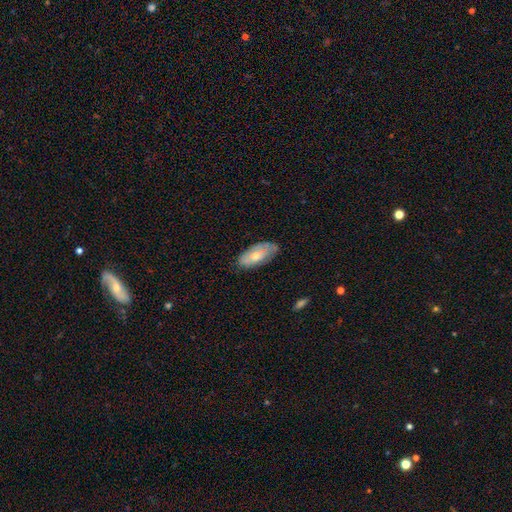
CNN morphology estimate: smooth 59%, featured or disk 35%, star or artifact 6%. Down the decision tree: how rounded — in between (89%); merging — none (72%).